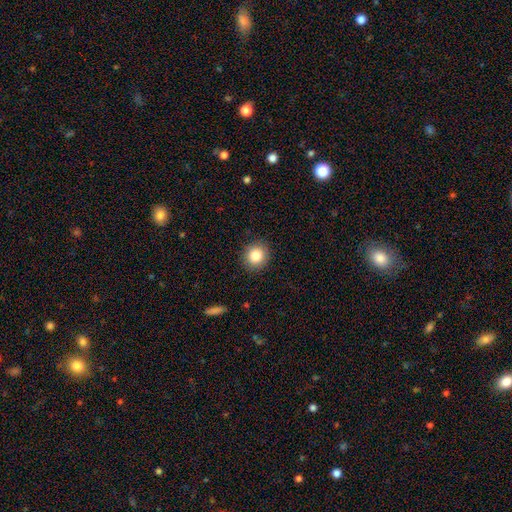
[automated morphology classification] smooth 83%, star or artifact 10%, featured or disk 7%. Down the decision tree: how rounded — round (88%); merging — none (90%).